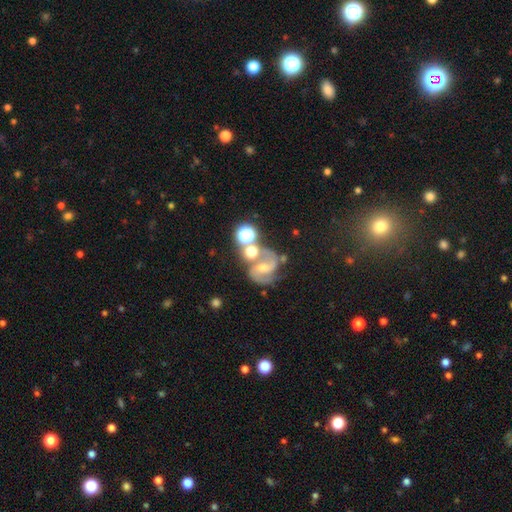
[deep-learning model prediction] Overall: featured or disk (71%). Edge-on disk: no (97%). Bar: weak (42%; no 37%). Spiral arms: yes (89%). Spiral arm count: 2 (78%). Spiral winding: medium (51%; tight 27%). Bulge size: moderate (48%; small 44%). Merging: none (46%; merger 28%).